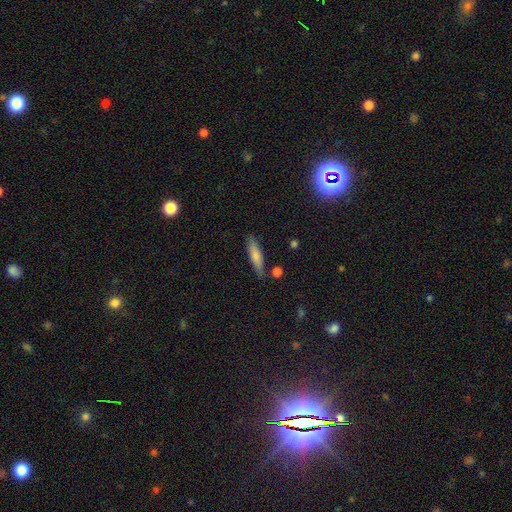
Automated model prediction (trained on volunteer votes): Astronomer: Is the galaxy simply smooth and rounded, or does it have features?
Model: smooth — 76%.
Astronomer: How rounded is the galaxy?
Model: cigar-shaped — 75%.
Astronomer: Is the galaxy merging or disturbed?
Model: none — 78%.